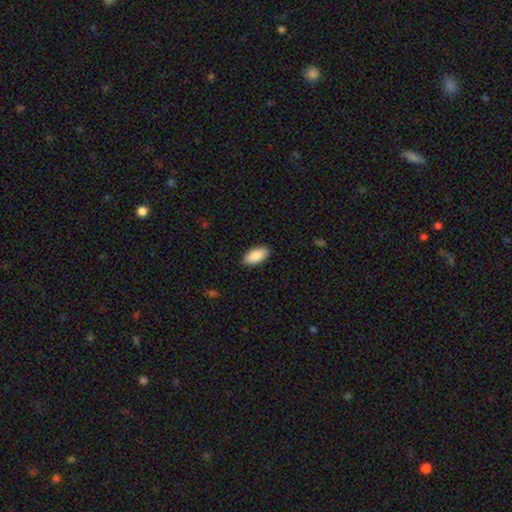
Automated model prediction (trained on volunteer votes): smooth-or-featured: smooth: 89% | star or artifact: 6% | featured or disk: 5%
  how-rounded: in between: 93% | cigar-shaped: 6% | round: 2%
  merging: none: 90% | minor disturbance: 8% | major disturbance: 2% | merger: 1%